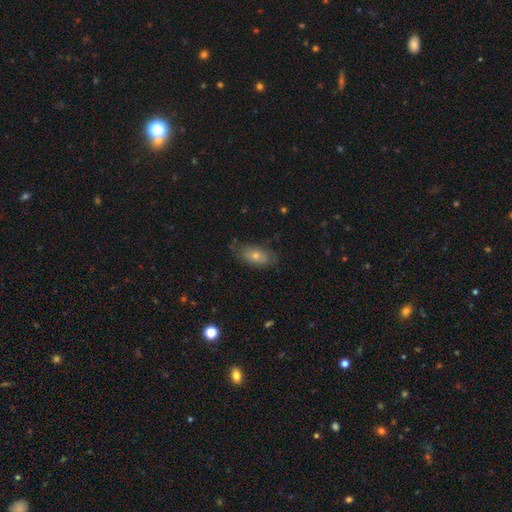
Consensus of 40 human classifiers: This is possibly a smooth galaxy (50%). How rounded: clearly in between (90%). Merging: clearly none (84%).